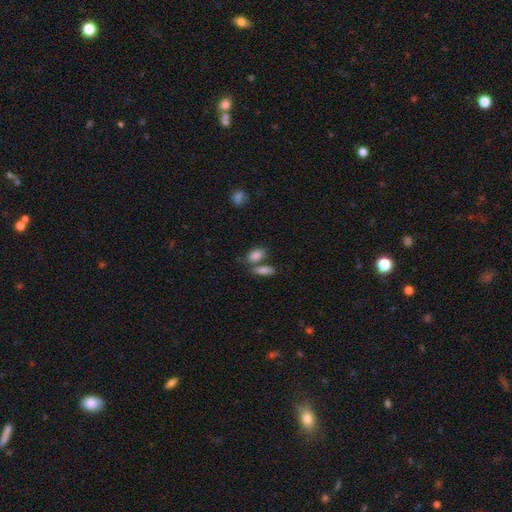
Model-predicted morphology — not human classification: smooth 85%, star or artifact 8%, featured or disk 7%. Down the decision tree: how rounded — in between (88%); merging — none (50%).